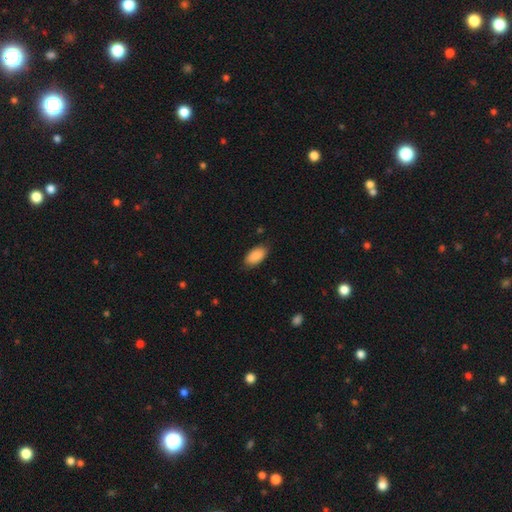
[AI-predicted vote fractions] smooth_or_featured: smooth (p=0.89) [alt: star or artifact p=0.06]
how_rounded: in between (p=0.94) [alt: cigar-shaped p=0.03]
merging: none (p=0.80) [alt: minor disturbance p=0.16]